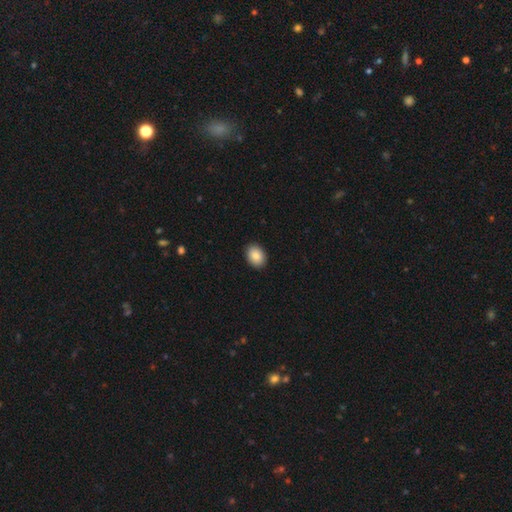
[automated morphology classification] Smooth or featured?
  - smooth: 87% *
  - star or artifact: 7%
  - featured or disk: 6%
How rounded?
  - in between: 73% *
  - round: 26%
  - cigar-shaped: 1%
Merging?
  - none: 91% *
  - minor disturbance: 7%
  - major disturbance: 2%
  - merger: 1%